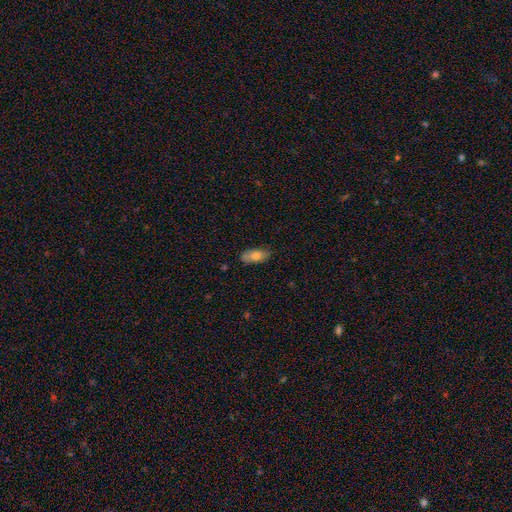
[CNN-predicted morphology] A smooth galaxy with no disk features (78%) that is in between round and cigar-shaped (85%).

Vote fractions:
- Smooth or featured? smooth: 78% / featured or disk: 15% / star or artifact: 7%
- How rounded? in between: 85% / cigar-shaped: 12% / round: 3%
- Merging? none: 79% / minor disturbance: 16% / major disturbance: 3% / merger: 2%